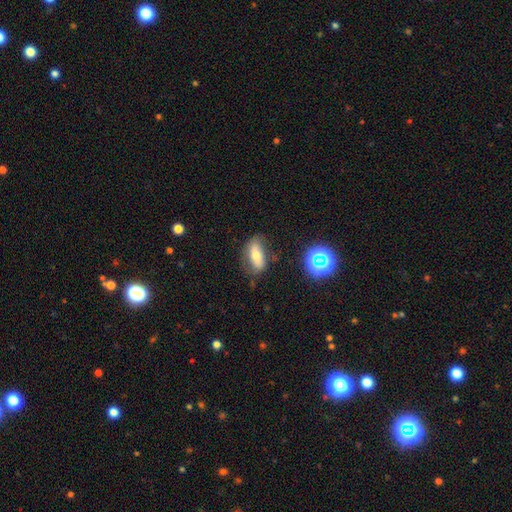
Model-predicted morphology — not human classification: smooth 56%, featured or disk 32%, star or artifact 12%. Down the decision tree: how rounded — in between (76%); merging — none (65%).